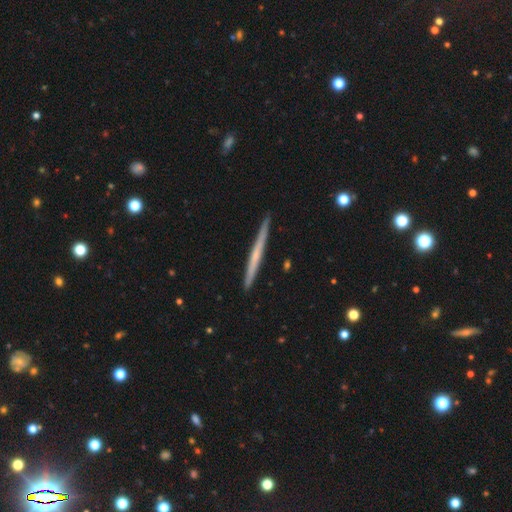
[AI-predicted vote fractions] Q: Smooth or featured?
A: featured or disk (56%); runner-up: smooth (38%)
Q: Edge-on disk?
A: yes (97%); runner-up: no (3%)
Q: Edge-on bulge?
A: none (78%); runner-up: rounded (17%)
Q: Merging?
A: none (91%); runner-up: minor disturbance (7%)